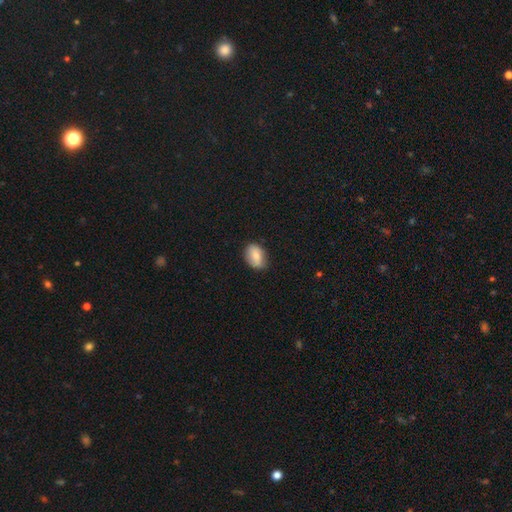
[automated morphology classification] Smooth or featured?
  - smooth: 81% *
  - featured or disk: 12%
  - star or artifact: 7%
How rounded?
  - in between: 83% *
  - round: 15%
  - cigar-shaped: 2%
Merging?
  - none: 77% *
  - minor disturbance: 18%
  - major disturbance: 3%
  - merger: 1%